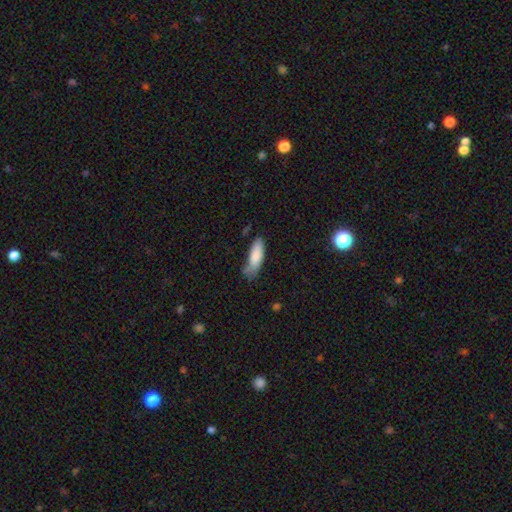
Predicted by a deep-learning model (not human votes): Q: Smooth or featured?
A: smooth (83%); runner-up: featured or disk (11%)
Q: How rounded?
A: in between (59%); runner-up: cigar-shaped (39%)
Q: Merging?
A: none (51%); runner-up: minor disturbance (34%)